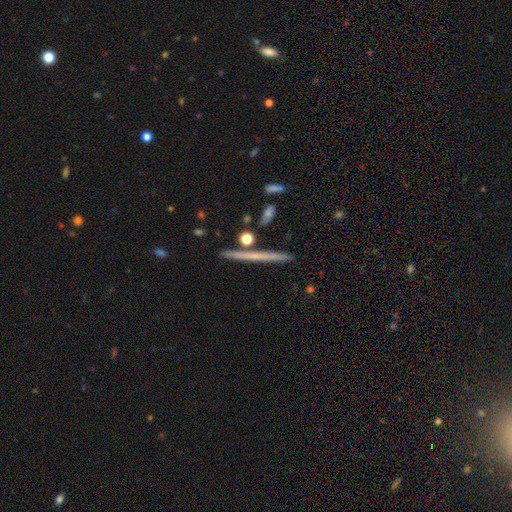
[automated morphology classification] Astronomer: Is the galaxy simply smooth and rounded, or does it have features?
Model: featured or disk — 57% (runner-up: smooth, 35%).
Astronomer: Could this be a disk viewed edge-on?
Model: yes — 97%.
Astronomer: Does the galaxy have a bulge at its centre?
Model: none — 78%.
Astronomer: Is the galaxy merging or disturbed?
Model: none — 88%.